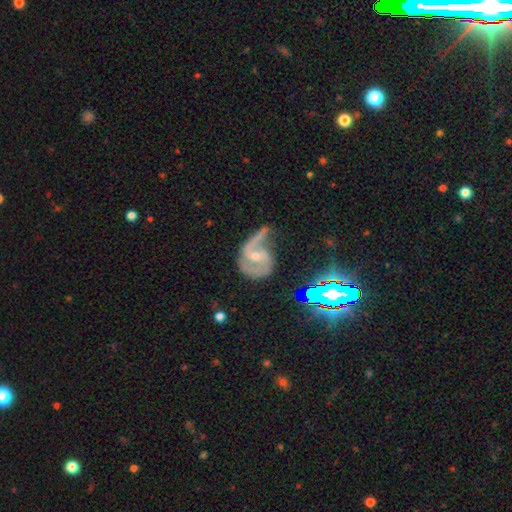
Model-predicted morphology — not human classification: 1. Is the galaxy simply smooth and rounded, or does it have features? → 78% featured or disk, 13% smooth, 9% star or artifact.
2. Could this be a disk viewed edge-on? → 97% no, 3% yes.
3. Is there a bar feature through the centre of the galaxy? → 44% no, 41% weak, 15% strong.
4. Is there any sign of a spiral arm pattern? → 90% yes, 10% no.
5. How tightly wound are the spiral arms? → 43% medium, 37% loose, 20% tight.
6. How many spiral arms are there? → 61% 2, 24% 1, 9% can't tell, 3% 3, 1% 4, 1% more than 4.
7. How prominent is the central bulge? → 53% small, 40% moderate, 4% none, 2% large, 1% dominant.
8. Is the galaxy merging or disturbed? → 34% major disturbance, 32% none, 27% minor disturbance, 7% merger.